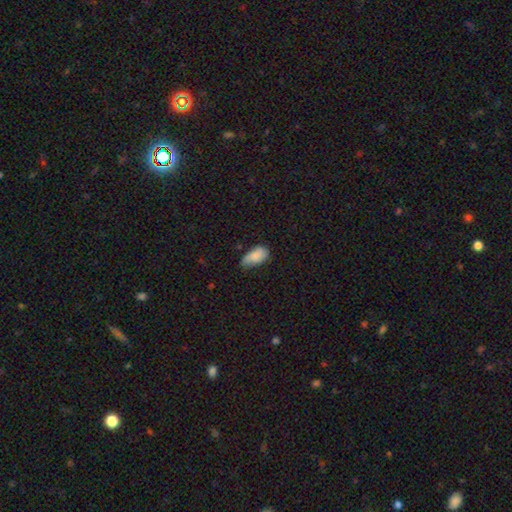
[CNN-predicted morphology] smooth_or_featured: smooth (p=0.84) [alt: featured or disk p=0.09]
how_rounded: in between (p=0.93) [alt: cigar-shaped p=0.04]
merging: none (p=0.47) [alt: minor disturbance p=0.41]